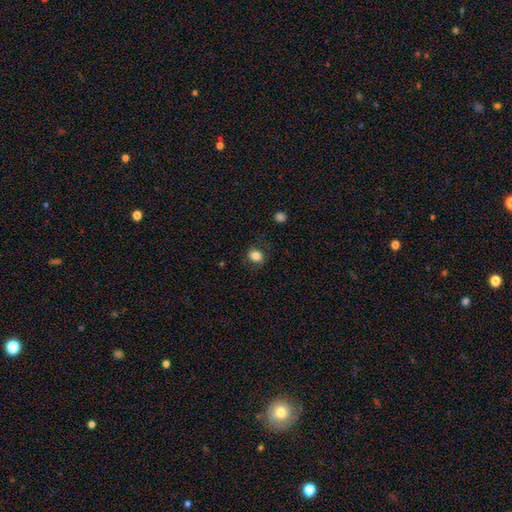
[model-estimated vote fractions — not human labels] This is clearly a smooth galaxy (83%). How rounded: possibly in between (50%). Merging: clearly none (81%).